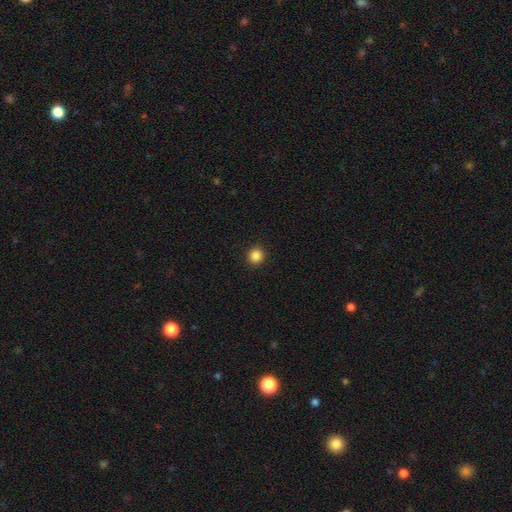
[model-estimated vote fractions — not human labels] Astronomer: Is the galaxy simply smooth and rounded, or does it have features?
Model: smooth — 86%.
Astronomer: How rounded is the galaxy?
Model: round — 89%.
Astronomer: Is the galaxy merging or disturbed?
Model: none — 93%.